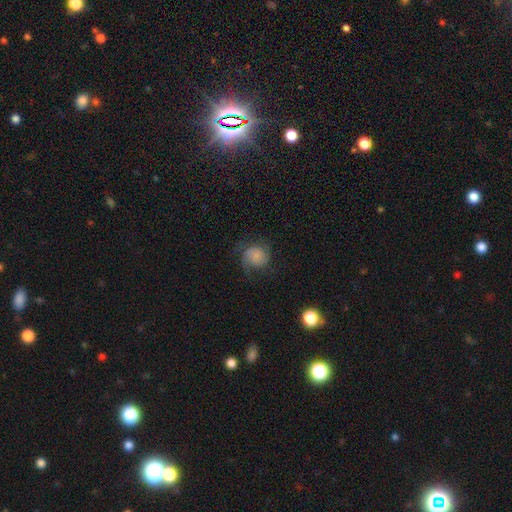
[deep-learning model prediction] A smooth galaxy with no disk features (48%).

Vote fractions:
- Smooth or featured? smooth: 48% / featured or disk: 42% / star or artifact: 10%
- Merging? none: 64% / minor disturbance: 20% / major disturbance: 15% / merger: 1%